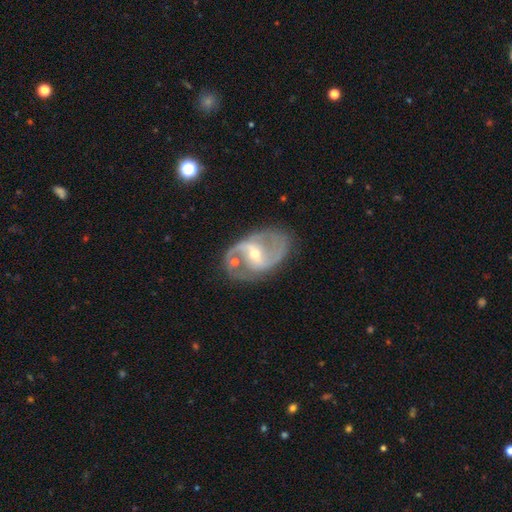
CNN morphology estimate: A featured or disk galaxy (88%) with a weak bar (42%), 2 (87%) medium (52%) spiral arms (95%) and a small central bulge (57%).

Vote fractions:
- Smooth or featured? featured or disk: 88% / star or artifact: 6% / smooth: 6%
- Edge-on disk? no: 97% / yes: 3%
- Bar? weak: 42% / strong: 33% / no: 25%
- Spiral arms? yes: 95% / no: 5%
- Spiral winding? medium: 52% / loose: 30% / tight: 18%
- Spiral arm count? 2: 87% / can't tell: 5% / 3: 3% / 1: 2% / 4: 1% / more than 4: 1%
- Bulge size? small: 57% / moderate: 40% / large: 1% / none: 1% / dominant: 1%
- Merging? none: 73% / minor disturbance: 17% / major disturbance: 7% / merger: 3%